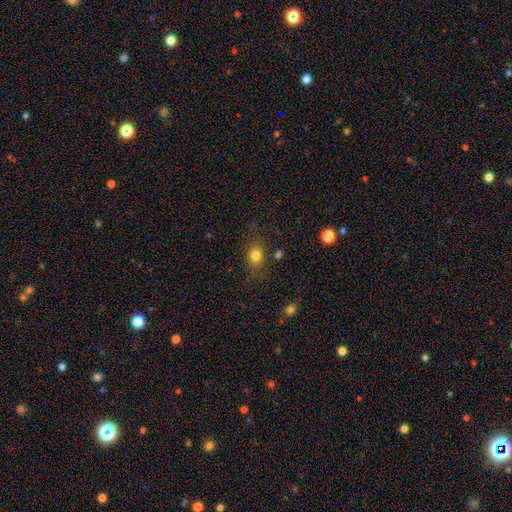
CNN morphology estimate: smooth 78%, star or artifact 13%, featured or disk 9%. Down the decision tree: how rounded — round (51%); merging — none (74%).